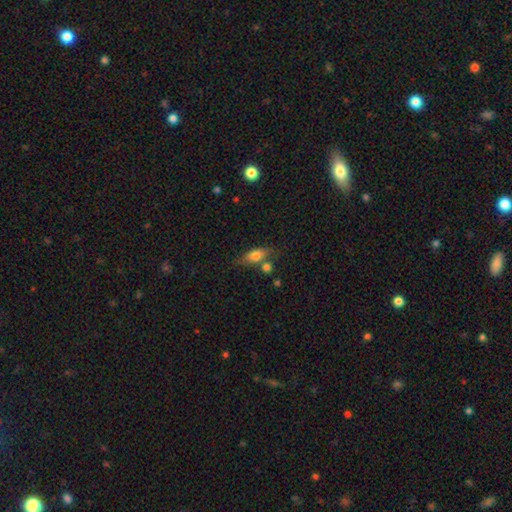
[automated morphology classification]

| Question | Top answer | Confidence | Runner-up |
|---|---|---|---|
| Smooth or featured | smooth | 66% | featured or disk (26%) |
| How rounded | in between | 70% | cigar-shaped (23%) |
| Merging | none | 60% | merger (18%) |